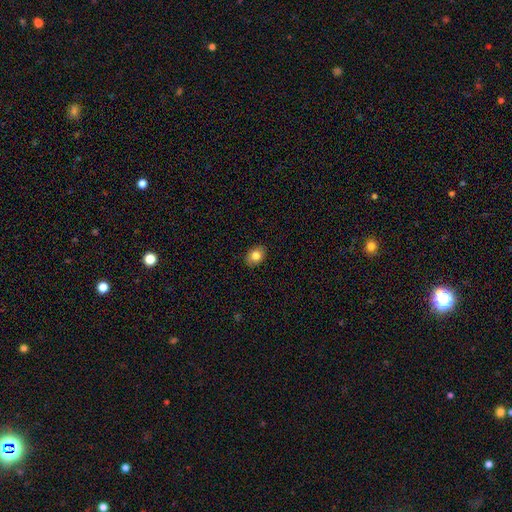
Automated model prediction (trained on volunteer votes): Smooth or featured? Predicted: smooth (p=0.82). How rounded? Predicted: in between (p=0.71). Merging? Predicted: none (p=0.89).